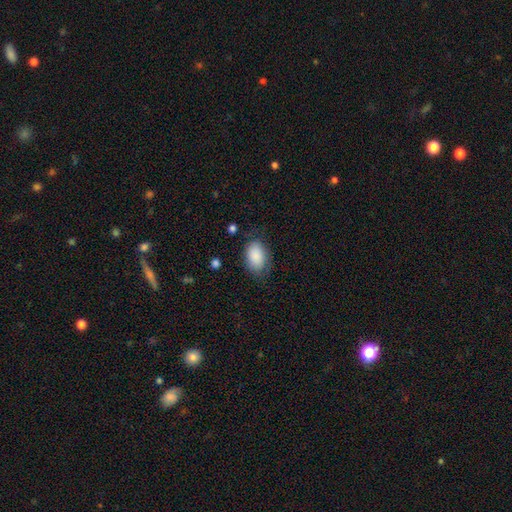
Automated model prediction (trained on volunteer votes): smooth 88%, star or artifact 7%, featured or disk 6%. Down the decision tree: how rounded — in between (89%); merging — none (74%).